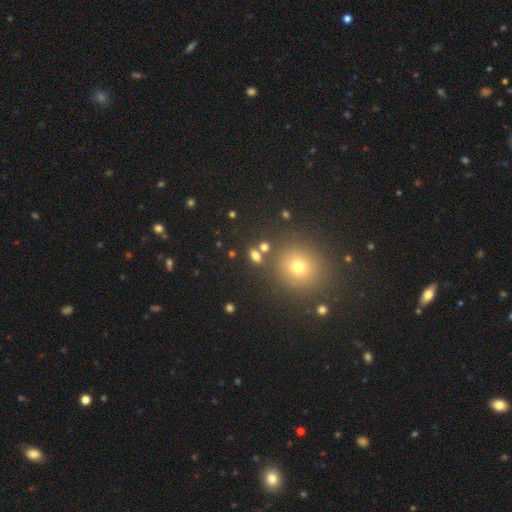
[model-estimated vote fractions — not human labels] Q: Smooth or featured?
A: smooth (72%); runner-up: star or artifact (19%)
Q: How rounded?
A: in between (62%); runner-up: round (34%)
Q: Merging?
A: none (74%); runner-up: merger (12%)